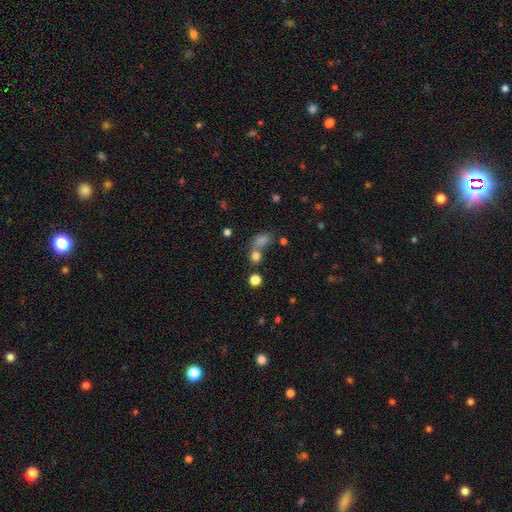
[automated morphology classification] A smooth galaxy with no disk features (74%) that is round (68%). Merging: none (48%).